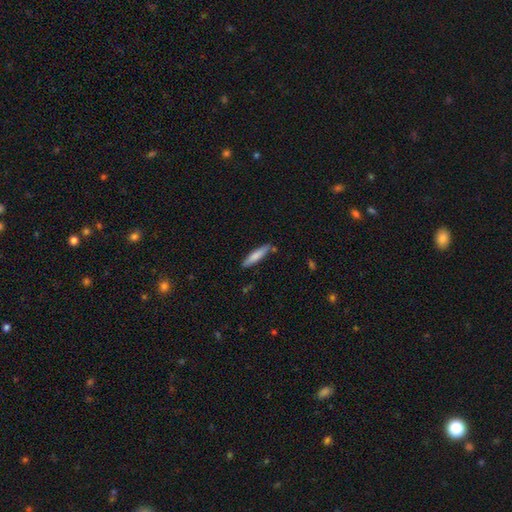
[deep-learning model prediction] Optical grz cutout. It shows a smooth galaxy with no disk features (76%) that is cigar-shaped (85%). Merging: none (81%).